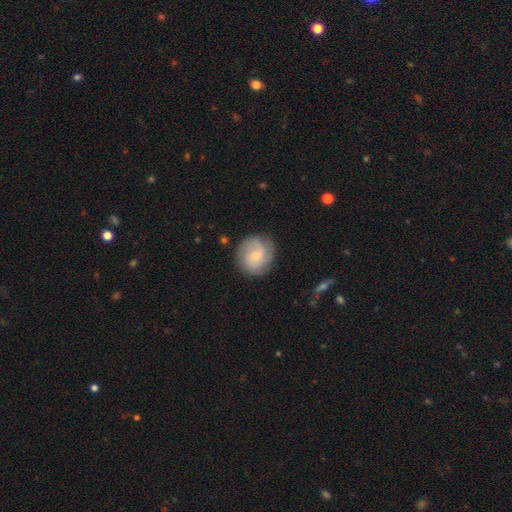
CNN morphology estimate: Overall: featured or disk (49%; smooth 44%). Merging: none (81%).